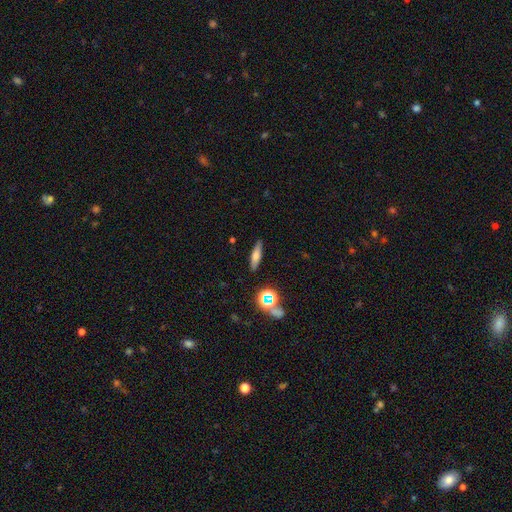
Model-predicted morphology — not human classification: This appears to be a smooth galaxy with no disk features (55%) that is cigar-shaped (67%). Merging: none (87%).